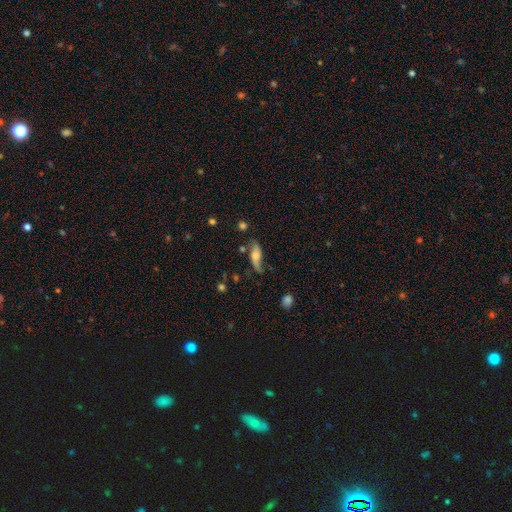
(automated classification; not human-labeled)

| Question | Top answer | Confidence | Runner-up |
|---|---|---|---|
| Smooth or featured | featured or disk | 50% | smooth (41%) |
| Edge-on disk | no | 68% | yes (32%) |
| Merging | none | 50% | minor disturbance (30%) |